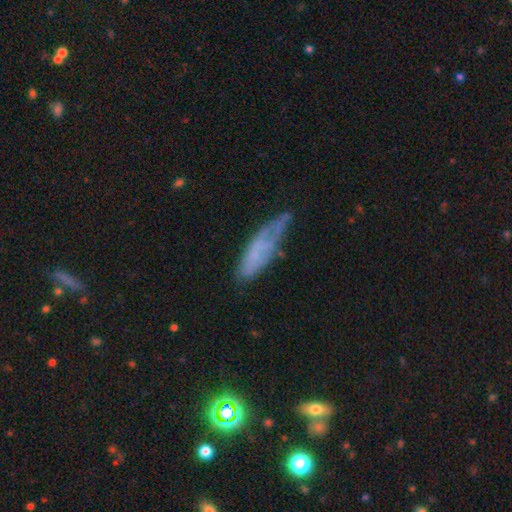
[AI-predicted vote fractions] smooth 50%, featured or disk 39%, star or artifact 11%. Down the decision tree: how rounded — cigar-shaped (58%); merging — none (45%).